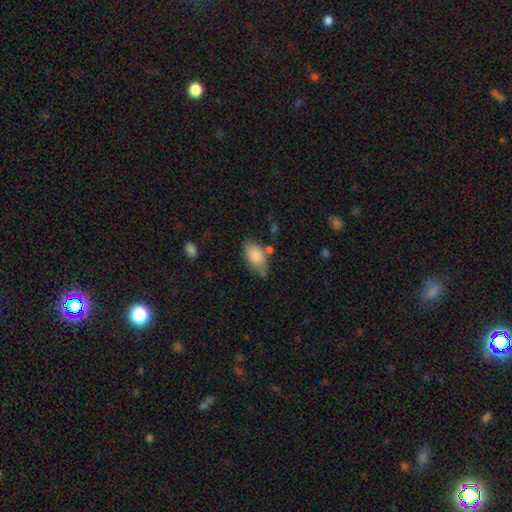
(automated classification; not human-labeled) Q: Smooth or featured?
A: smooth (81%); runner-up: featured or disk (12%)
Q: How rounded?
A: in between (91%); runner-up: round (6%)
Q: Merging?
A: none (52%); runner-up: minor disturbance (28%)